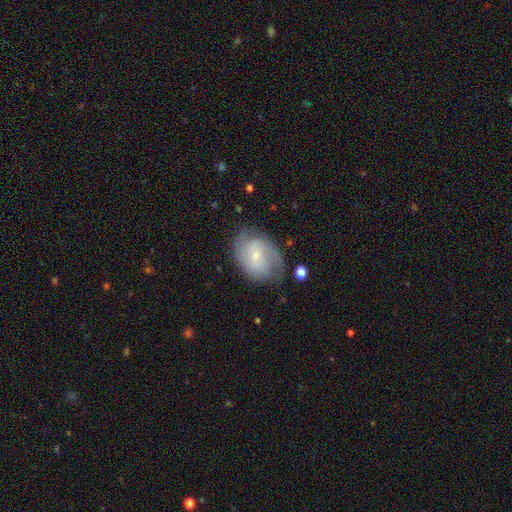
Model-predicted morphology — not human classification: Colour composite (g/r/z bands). It shows a featured or disk galaxy (68%) with a weak bar (45%), 2 (61%) medium (43%) spiral arms (88%) and a small central bulge (69%). Merging: none (63%).